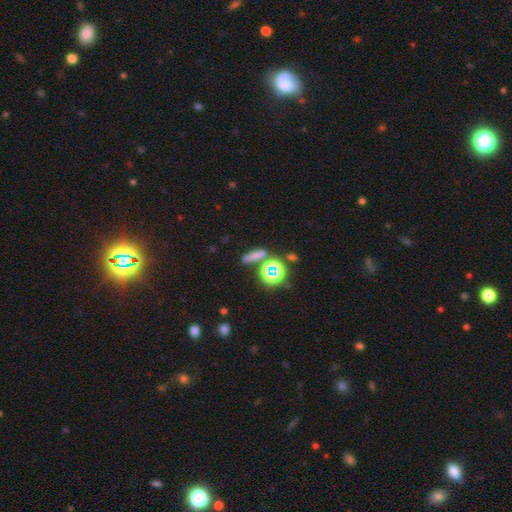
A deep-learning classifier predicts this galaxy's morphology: This appears to be a smooth galaxy with no disk features (57%) that is cigar-shaped (52%). Merging: none (68%).